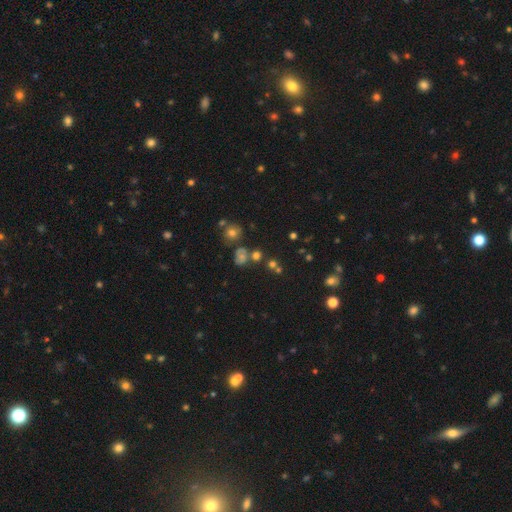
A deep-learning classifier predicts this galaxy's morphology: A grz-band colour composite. It shows a smooth galaxy with no disk features (54%) that is round (80%). Merging: none (63%).